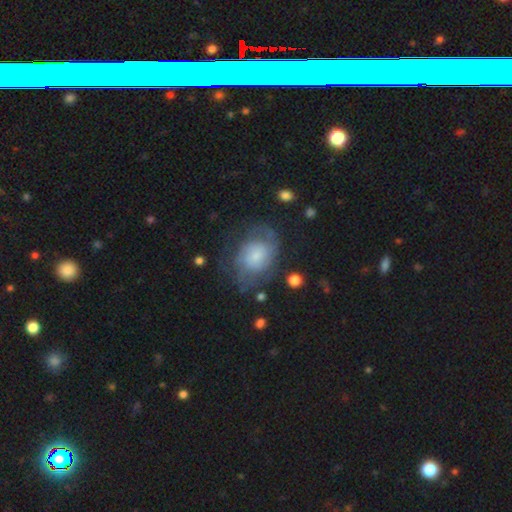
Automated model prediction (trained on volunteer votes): This is possibly a featured or disk galaxy (55%). It is clearly not viewed edge-on (97%). Bar: likely no (72%). Spiral arm pattern: likely yes (77%). Central bulge: possibly small (52%). Merging: possibly none (57%).